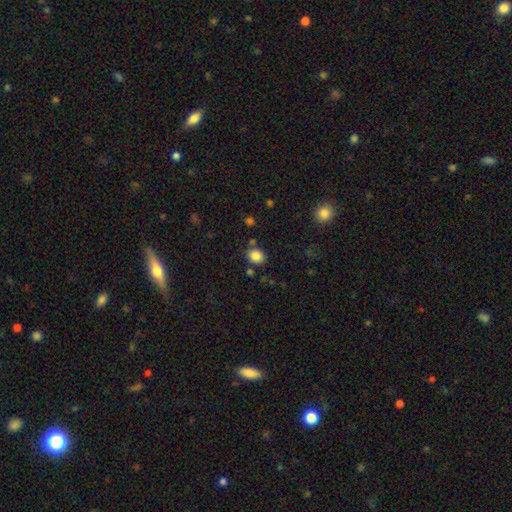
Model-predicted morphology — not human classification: smooth_or_featured: smooth (p=0.84) [alt: star or artifact p=0.10]
how_rounded: round (p=0.56) [alt: in between p=0.43]
merging: none (p=0.78) [alt: minor disturbance p=0.12]